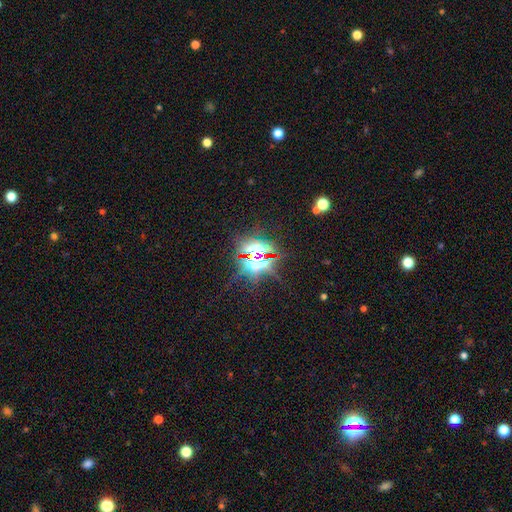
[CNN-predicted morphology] A star or artifact, not a galaxy (80%).

Vote fractions:
- Smooth or featured? star or artifact: 80% / smooth: 10% / featured or disk: 9%